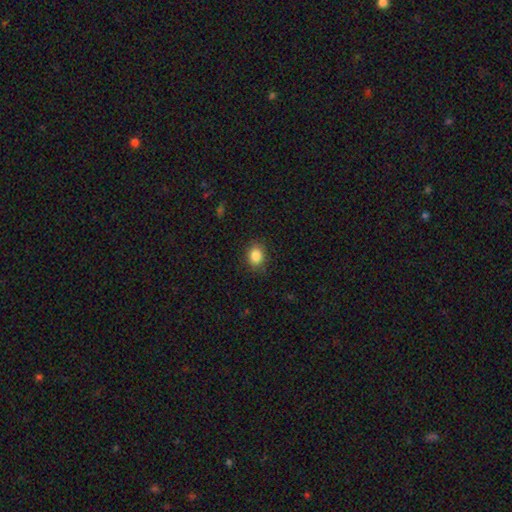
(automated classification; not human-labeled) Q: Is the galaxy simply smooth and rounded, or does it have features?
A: smooth — 86%.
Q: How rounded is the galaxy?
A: in between — 56%.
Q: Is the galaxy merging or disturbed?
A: none — 85%.